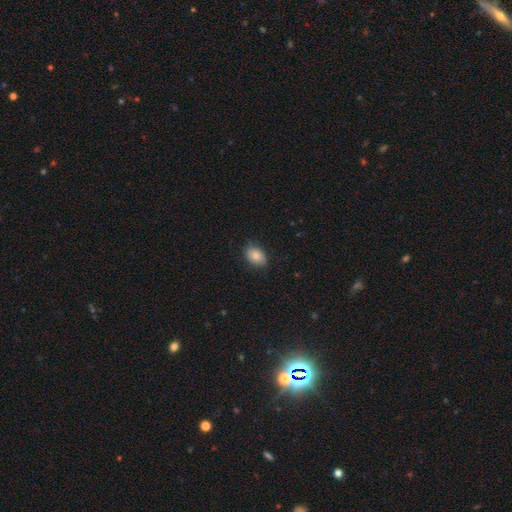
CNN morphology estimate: Smooth or featured?
  - smooth: 85% *
  - star or artifact: 8%
  - featured or disk: 7%
How rounded?
  - in between: 82% *
  - round: 17%
  - cigar-shaped: 1%
Merging?
  - none: 81% *
  - minor disturbance: 15%
  - major disturbance: 3%
  - merger: 1%